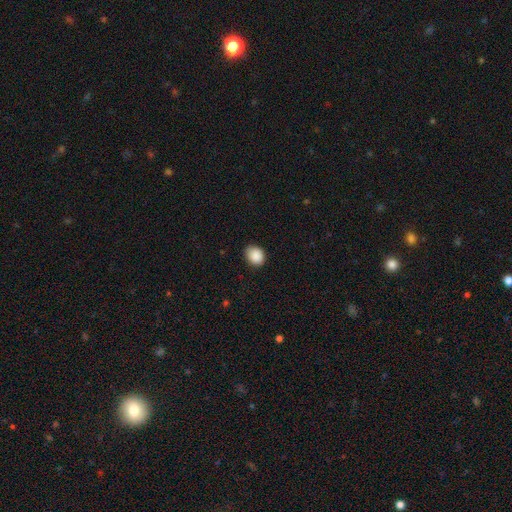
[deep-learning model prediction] Smooth or featured? smooth (89%)
How rounded? round (50%)
Merging? none (82%)